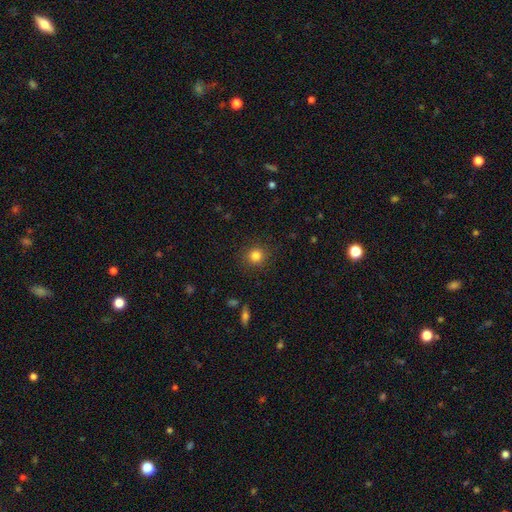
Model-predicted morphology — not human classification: smooth-or-featured: smooth: 83% | star or artifact: 12% | featured or disk: 6%
  how-rounded: round: 92% | in between: 7% | cigar-shaped: 1%
  merging: none: 89% | minor disturbance: 7% | major disturbance: 3% | merger: 1%